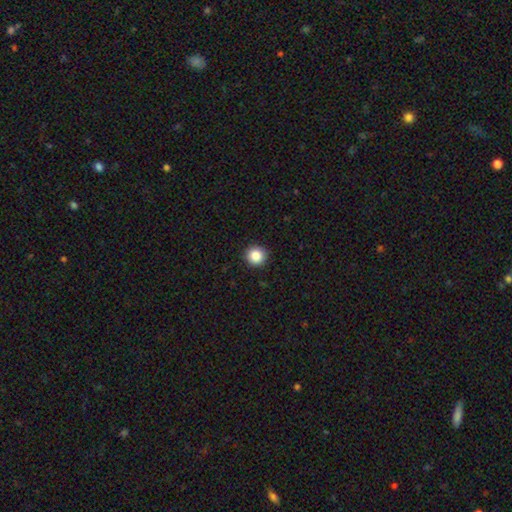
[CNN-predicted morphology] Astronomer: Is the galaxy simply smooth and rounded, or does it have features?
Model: smooth — 86%.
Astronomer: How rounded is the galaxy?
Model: round — 94%.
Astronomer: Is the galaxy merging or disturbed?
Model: none — 92%.